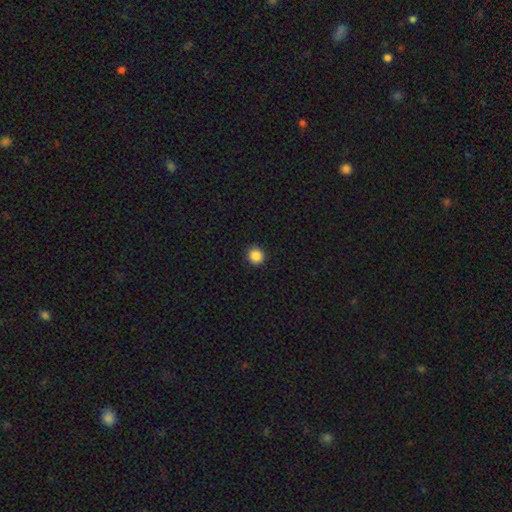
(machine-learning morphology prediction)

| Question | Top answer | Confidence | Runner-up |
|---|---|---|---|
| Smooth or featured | smooth | 87% | star or artifact (10%) |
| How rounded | round | 94% | in between (5%) |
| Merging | none | 93% | minor disturbance (4%) |